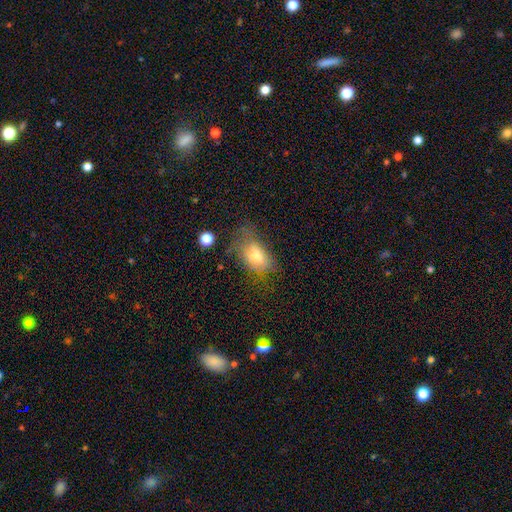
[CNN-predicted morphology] This appears to be a smooth galaxy with no disk features (71%) that is in between round and cigar-shaped (87%). Merging: none (46%).